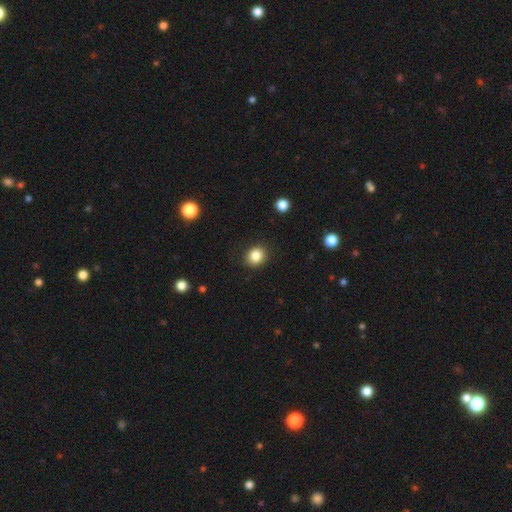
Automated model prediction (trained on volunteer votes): Smooth or featured?
  - smooth: 85% *
  - star or artifact: 10%
  - featured or disk: 5%
How rounded?
  - round: 69% *
  - in between: 31%
  - cigar-shaped: 1%
Merging?
  - none: 89% *
  - minor disturbance: 7%
  - major disturbance: 2%
  - merger: 1%